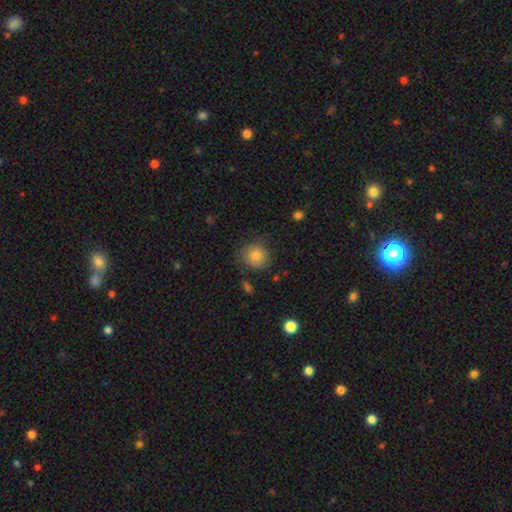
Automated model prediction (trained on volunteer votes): smooth 80%, star or artifact 10%, featured or disk 10%. Down the decision tree: how rounded — round (87%); merging — none (76%).